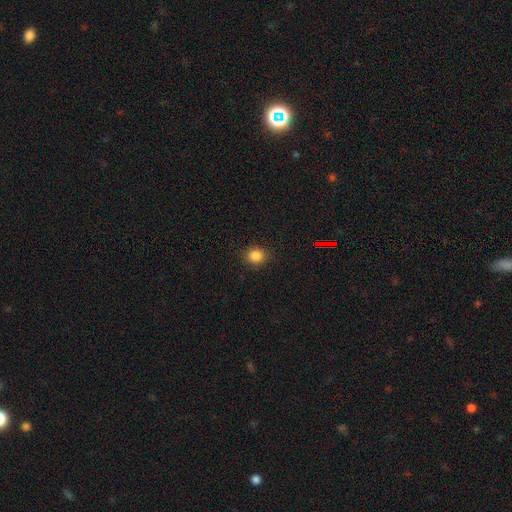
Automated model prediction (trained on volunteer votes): smooth 84%, star or artifact 12%, featured or disk 4%. Down the decision tree: how rounded — round (78%); merging — none (88%).